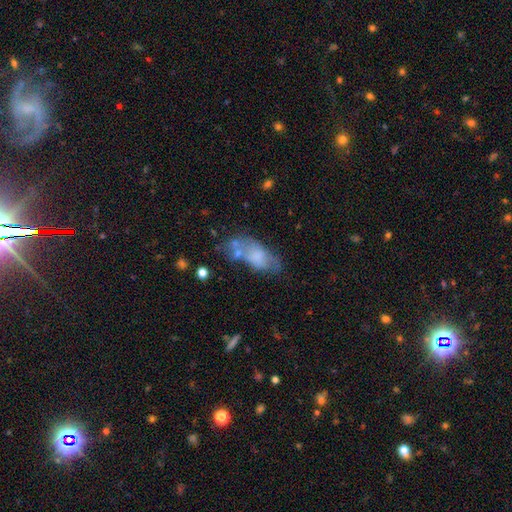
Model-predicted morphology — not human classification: Overall: smooth (54%; featured or disk 34%). How rounded: in between (80%). Merging: none (41%; minor disturbance 24%).